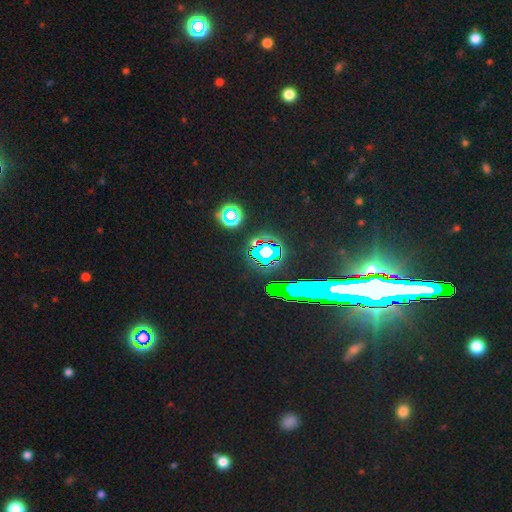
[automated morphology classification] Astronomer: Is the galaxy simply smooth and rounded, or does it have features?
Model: star or artifact — 72%.